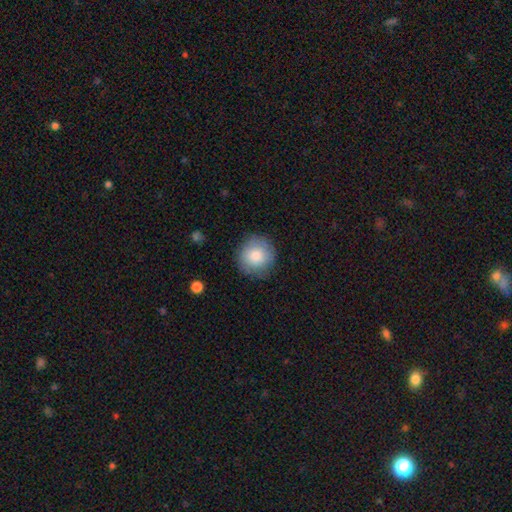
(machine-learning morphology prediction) Smooth or featured? smooth (84%)
How rounded? round (93%)
Merging? none (85%)